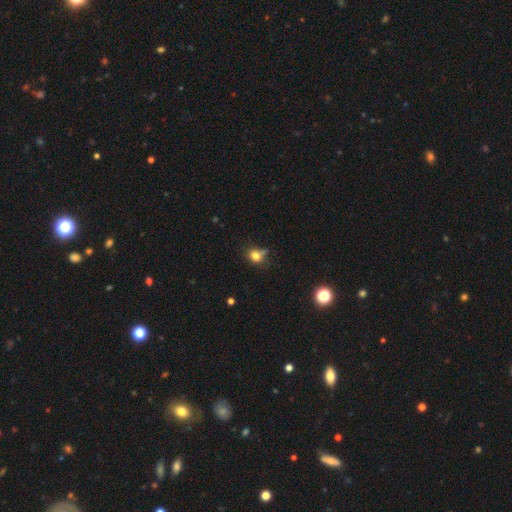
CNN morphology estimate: A smooth galaxy with no disk features (77%) that is round (69%). Merging: none (54%).